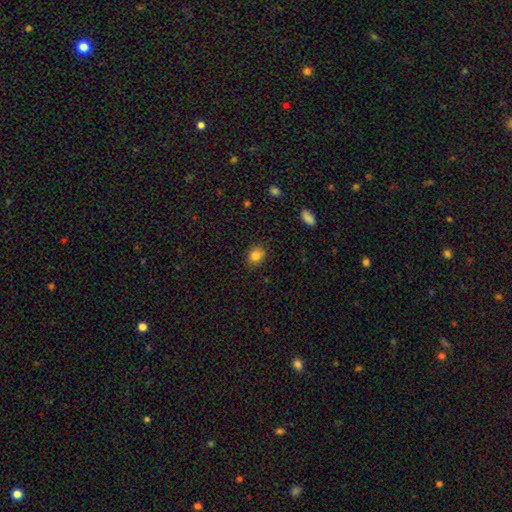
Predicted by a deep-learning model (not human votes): The model was most divided on "how rounded": round: 64%, in between: 35%, cigar-shaped: 1%. More confident: smooth or featured — smooth (83%); merging — none (81%).